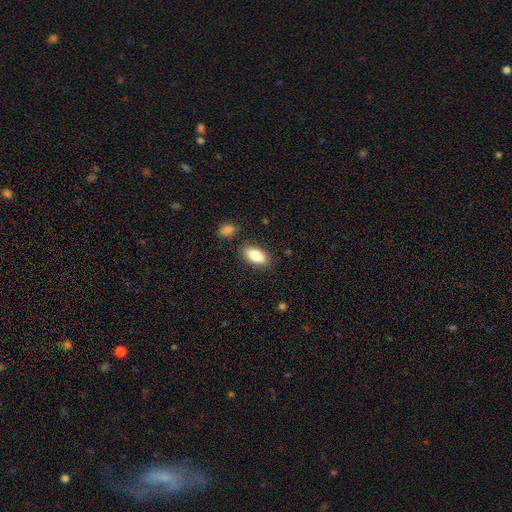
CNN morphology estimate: A smooth galaxy with no disk features (85%) that is in between round and cigar-shaped (91%).

Vote fractions:
- Smooth or featured? smooth: 85% / featured or disk: 9% / star or artifact: 6%
- How rounded? in between: 91% / cigar-shaped: 6% / round: 3%
- Merging? none: 85% / minor disturbance: 10% / merger: 3% / major disturbance: 2%